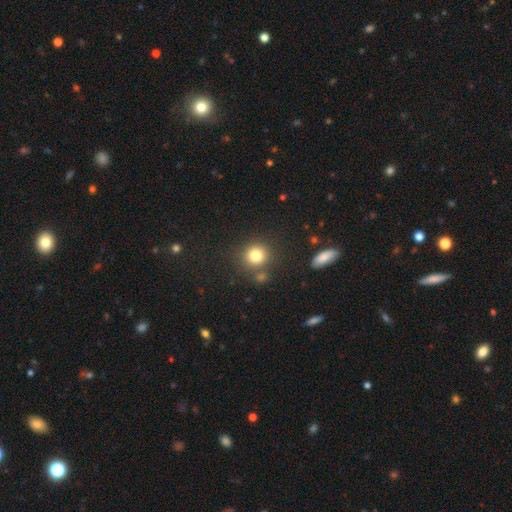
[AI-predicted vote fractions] This is clearly a smooth galaxy (81%). How rounded: clearly round (89%). Merging: likely none (77%).